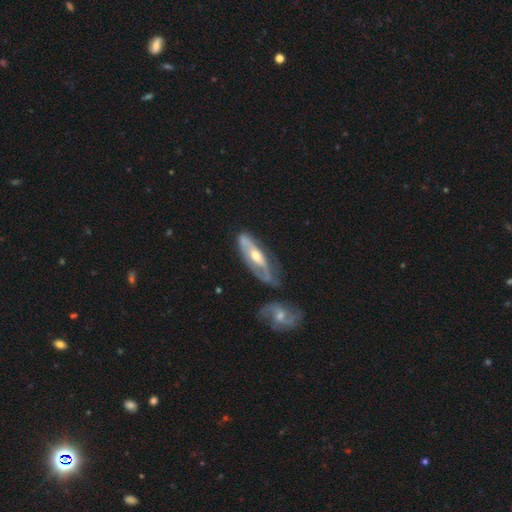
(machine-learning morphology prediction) Smooth or featured?
  - featured or disk: 74% *
  - smooth: 21%
  - star or artifact: 5%
Edge-on disk?
  - no: 68% *
  - yes: 32%
Bar?
  - no: 50% *
  - weak: 26%
  - strong: 23%
Spiral arms?
  - yes: 63% *
  - no: 37%
Bulge size?
  - moderate: 68% *
  - small: 24%
  - large: 6%
  - none: 1%
  - dominant: 1%
Merging?
  - none: 56% *
  - minor disturbance: 22%
  - merger: 13%
  - major disturbance: 10%